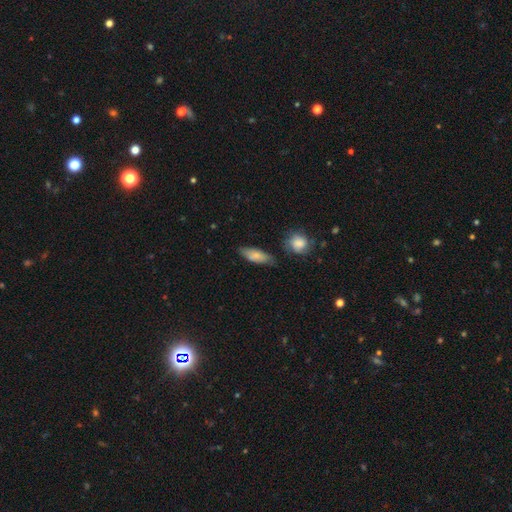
Smooth or featured: smooth — 84% (featured or disk — 11%)
How rounded: in between — 58% (cigar-shaped — 39%)
Merging: none — 66% (minor disturbance — 26%)